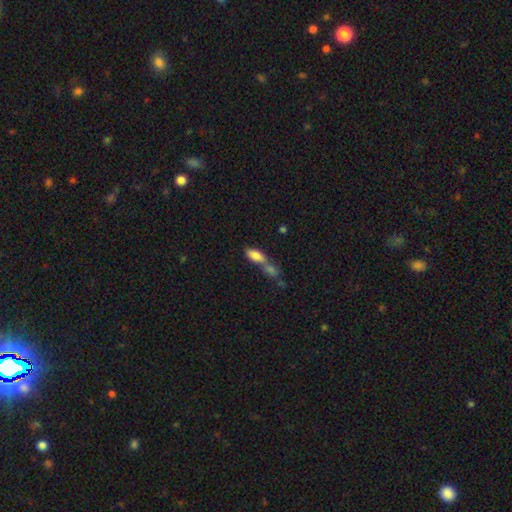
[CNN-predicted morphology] Q: Smooth or featured?
A: smooth (80%); runner-up: featured or disk (12%)
Q: How rounded?
A: in between (79%); runner-up: cigar-shaped (18%)
Q: Merging?
A: merger (63%); runner-up: none (23%)